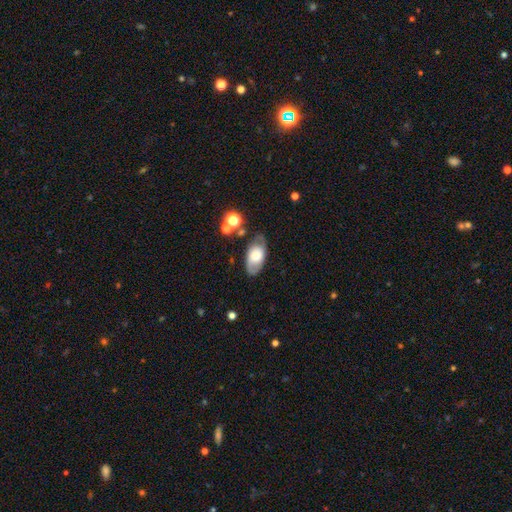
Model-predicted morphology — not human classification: This is possibly a smooth galaxy (49%). Merging: likely none (66%).